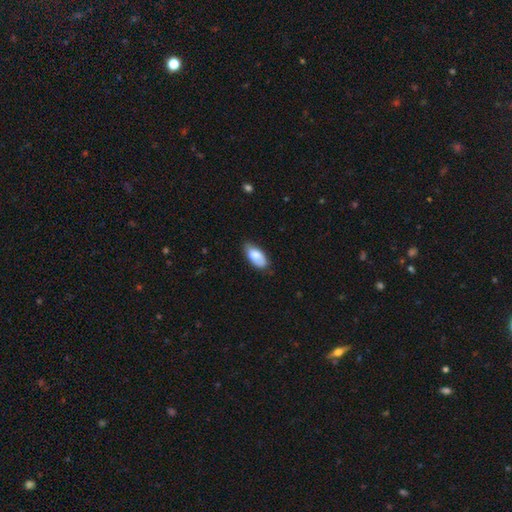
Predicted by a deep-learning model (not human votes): Smooth or featured?
  - smooth: 76% *
  - featured or disk: 17%
  - star or artifact: 6%
How rounded?
  - in between: 91% *
  - cigar-shaped: 6%
  - round: 3%
Merging?
  - none: 64% *
  - minor disturbance: 29%
  - major disturbance: 6%
  - merger: 2%